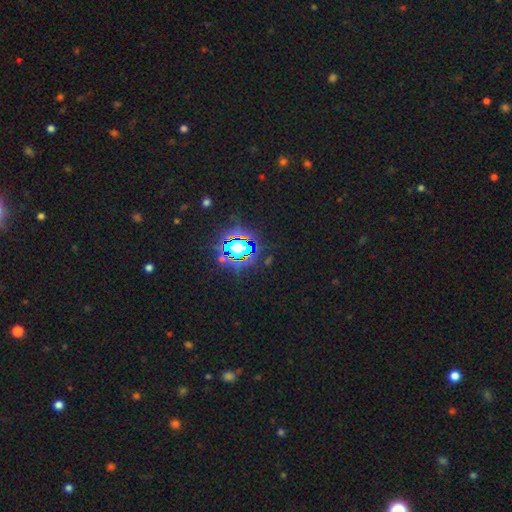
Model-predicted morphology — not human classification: smooth-or-featured: star or artifact: 84% | smooth: 9% | featured or disk: 6%